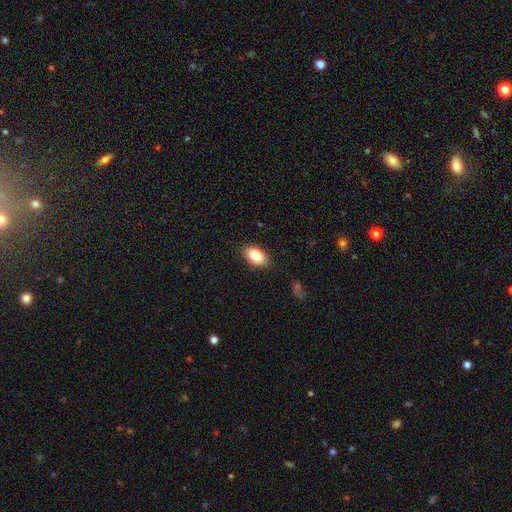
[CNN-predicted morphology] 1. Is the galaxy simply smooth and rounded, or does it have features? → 85% smooth, 8% featured or disk, 7% star or artifact.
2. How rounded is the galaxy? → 92% in between, 6% round, 2% cigar-shaped.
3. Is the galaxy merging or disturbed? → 87% none, 10% minor disturbance, 2% major disturbance, 1% merger.